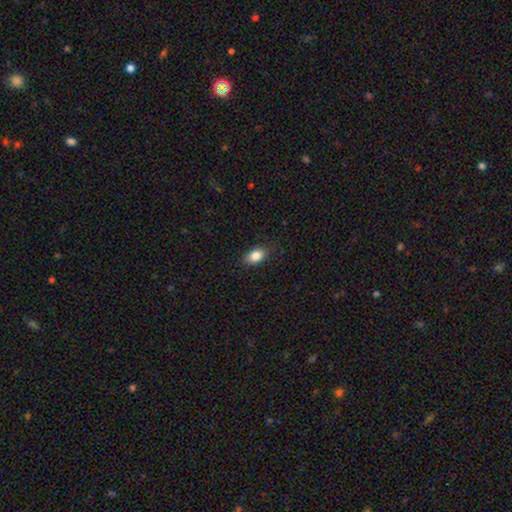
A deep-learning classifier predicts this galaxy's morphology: This appears to be a smooth galaxy with no disk features (85%) that is in between round and cigar-shaped (85%). Merging: none (83%).